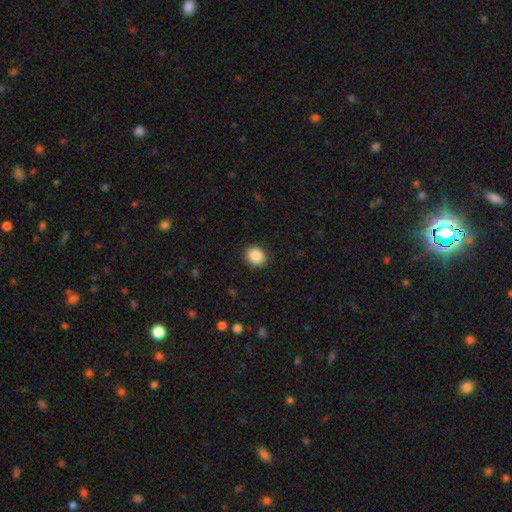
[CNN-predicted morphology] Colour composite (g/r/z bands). It shows a smooth galaxy with no disk features (88%) that is round (61%). Merging: none (90%).